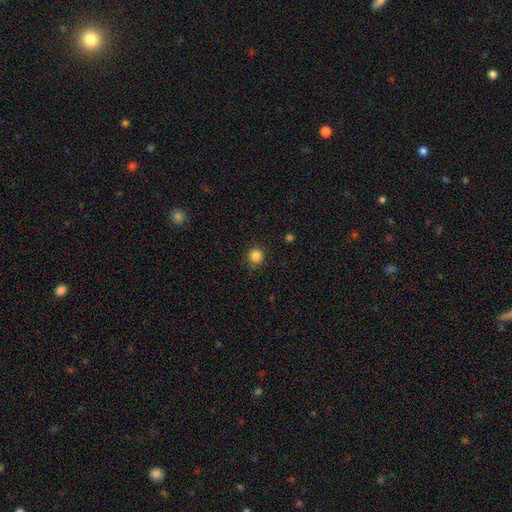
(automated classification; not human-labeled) Smooth or featured: smooth — 84% (star or artifact — 12%)
How rounded: round — 93% (in between — 6%)
Merging: none — 85% (minor disturbance — 11%)